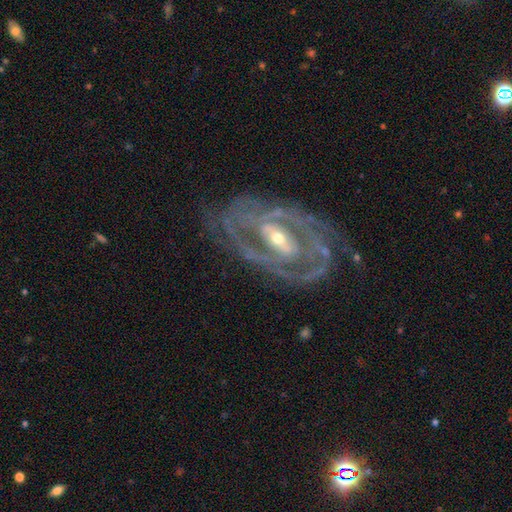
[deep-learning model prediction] The model was most divided on "bulge size": small: 48%, moderate: 47%, large: 2%, none: 1%, dominant: 1%. More confident: edge-on disk — no (94%); spiral arms — yes (92%); smooth or featured — featured or disk (89%); merging — none (76%); spiral winding — tight (61%); spiral arm count — 2 (57%); bar — strong (51%).